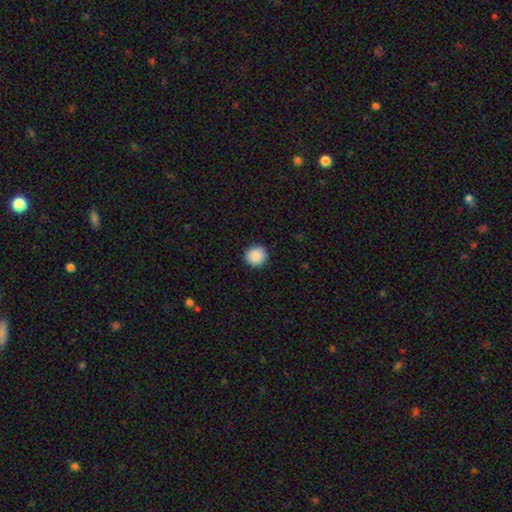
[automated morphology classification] Overall: smooth (89%). How rounded: round (93%). Merging: none (91%).